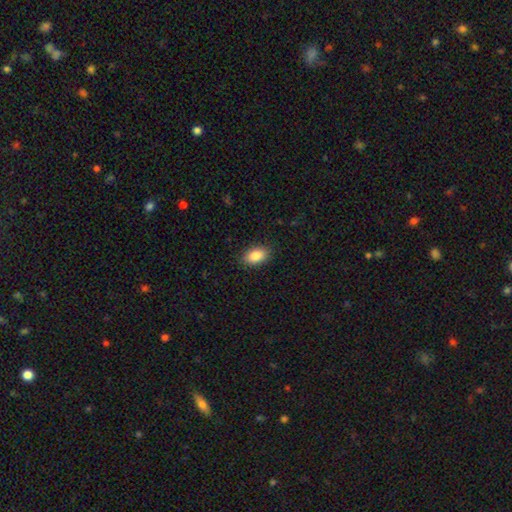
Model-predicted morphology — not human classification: smooth-or-featured: smooth: 87% | star or artifact: 7% | featured or disk: 5%
  how-rounded: in between: 91% | round: 7% | cigar-shaped: 2%
  merging: none: 87% | minor disturbance: 10% | major disturbance: 2% | merger: 1%